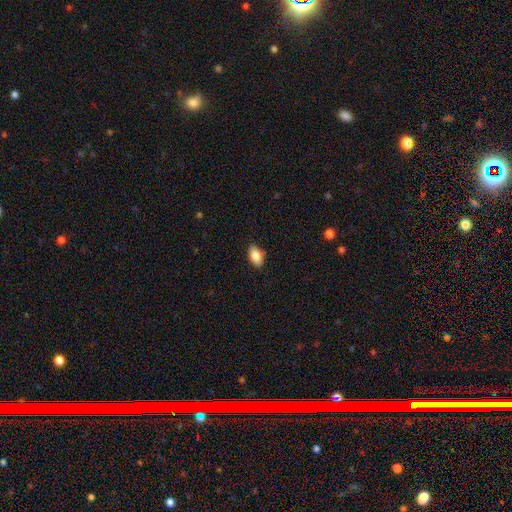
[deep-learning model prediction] smooth-or-featured: smooth: 85% | featured or disk: 7% | star or artifact: 7%
  how-rounded: in between: 91% | round: 5% | cigar-shaped: 4%
  merging: none: 86% | minor disturbance: 11% | major disturbance: 2% | merger: 1%